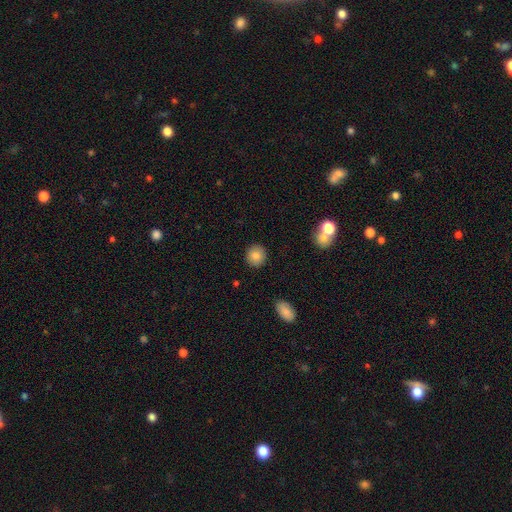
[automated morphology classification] A smooth galaxy with no disk features (82%) that is round (90%). Merging: none (91%).